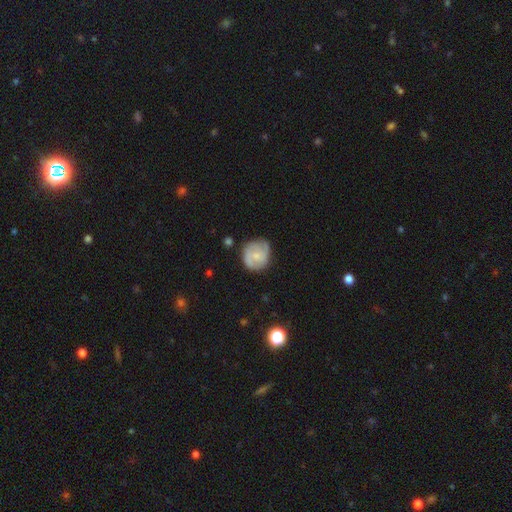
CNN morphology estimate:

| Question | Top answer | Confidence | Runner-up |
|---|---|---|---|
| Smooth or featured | featured or disk | 49% | smooth (45%) |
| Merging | none | 67% | minor disturbance (24%) |